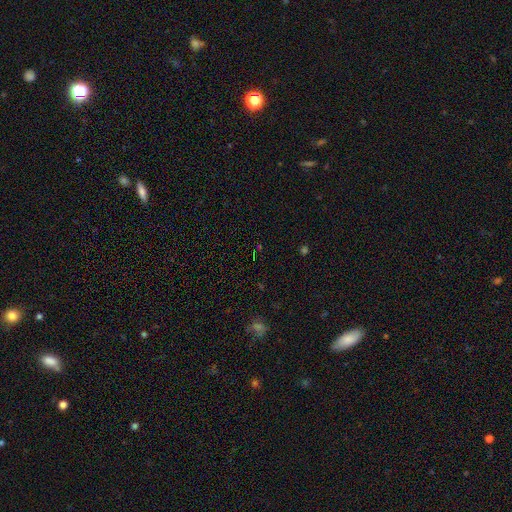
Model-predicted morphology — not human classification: star or artifact 68%, smooth 24%, featured or disk 8%.